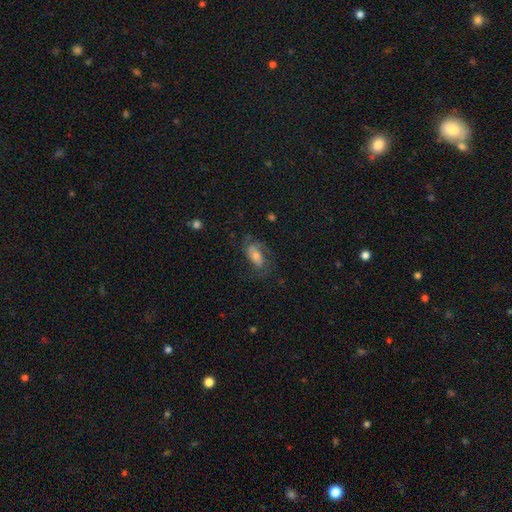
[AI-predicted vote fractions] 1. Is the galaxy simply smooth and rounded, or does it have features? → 62% featured or disk, 27% smooth, 10% star or artifact.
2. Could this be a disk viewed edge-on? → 94% no, 6% yes.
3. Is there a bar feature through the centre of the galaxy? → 54% no, 33% weak, 13% strong.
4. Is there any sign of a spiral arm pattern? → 87% yes, 13% no.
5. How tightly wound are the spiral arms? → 47% medium, 28% tight, 25% loose.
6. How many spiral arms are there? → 60% 2, 19% can't tell, 9% 3, 7% 1, 3% 4, 2% more than 4.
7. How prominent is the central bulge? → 47% moderate, 38% small, 9% large, 4% none, 2% dominant.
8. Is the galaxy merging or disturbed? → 61% none, 19% minor disturbance, 18% major disturbance, 2% merger.